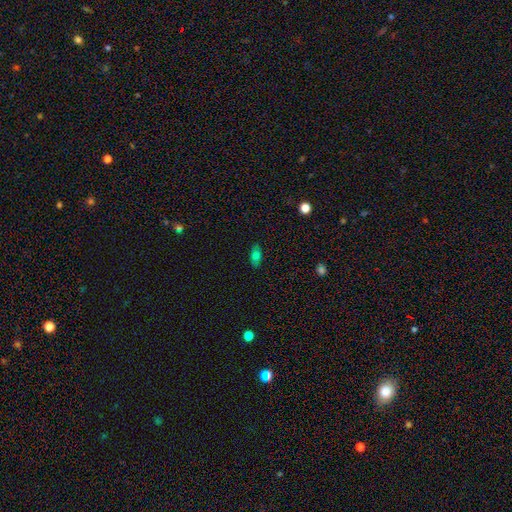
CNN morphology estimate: Overall: smooth (73%). How rounded: in between (87%). Merging: none (86%).